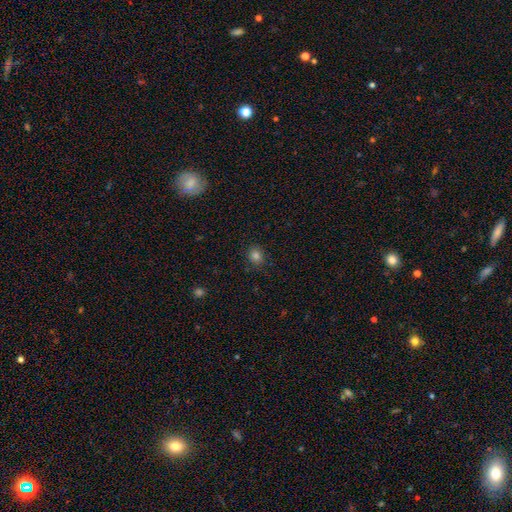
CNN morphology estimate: This is clearly a smooth galaxy (82%). How rounded: likely round (73%). Merging: clearly none (87%).